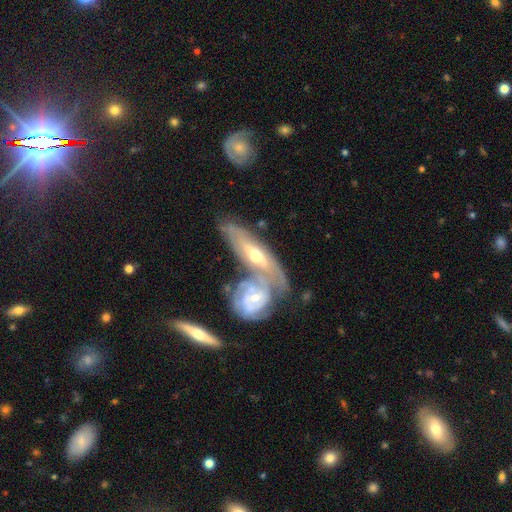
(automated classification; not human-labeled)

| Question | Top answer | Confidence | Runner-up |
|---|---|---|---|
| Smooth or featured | featured or disk | 77% | smooth (18%) |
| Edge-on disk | no | 75% | yes (25%) |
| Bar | no | 57% | weak (30%) |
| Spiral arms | yes | 84% | no (16%) |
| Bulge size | moderate | 54% | small (40%) |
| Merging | merger | 55% | none (28%) |